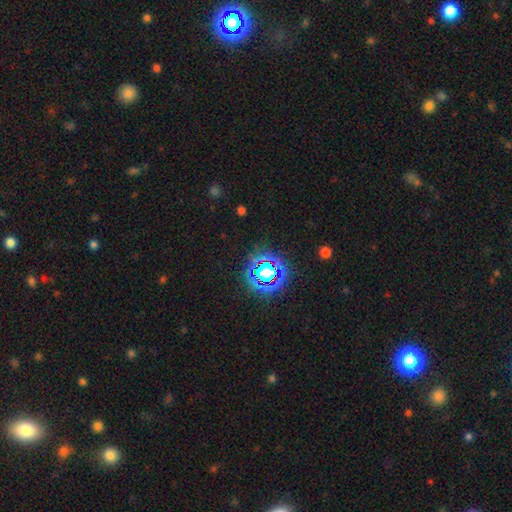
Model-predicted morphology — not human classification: A star or artifact, not a galaxy (76%).

Vote fractions:
- Smooth or featured? star or artifact: 76% / smooth: 16% / featured or disk: 8%